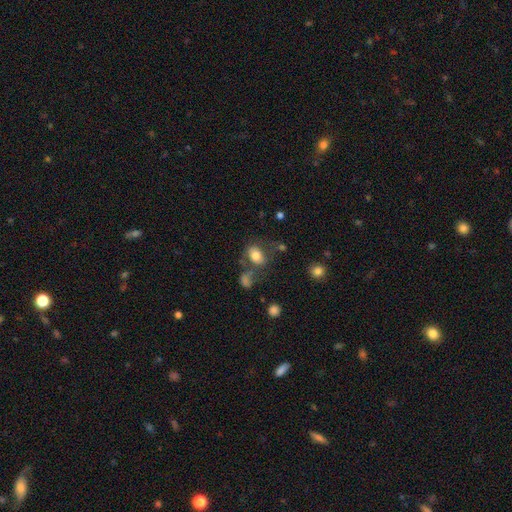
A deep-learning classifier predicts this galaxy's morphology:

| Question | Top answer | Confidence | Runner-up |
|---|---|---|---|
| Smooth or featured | smooth | 73% | featured or disk (17%) |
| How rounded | in between | 69% | round (29%) |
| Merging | none | 50% | minor disturbance (20%) |